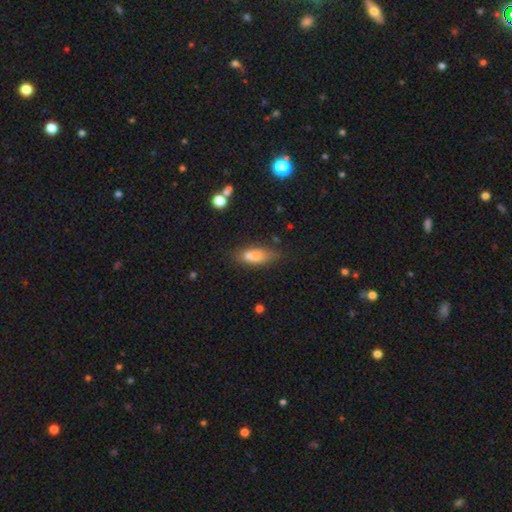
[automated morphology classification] Q: Smooth or featured?
A: smooth (73%); runner-up: featured or disk (17%)
Q: How rounded?
A: in between (69%); runner-up: cigar-shaped (26%)
Q: Merging?
A: none (55%); runner-up: minor disturbance (21%)